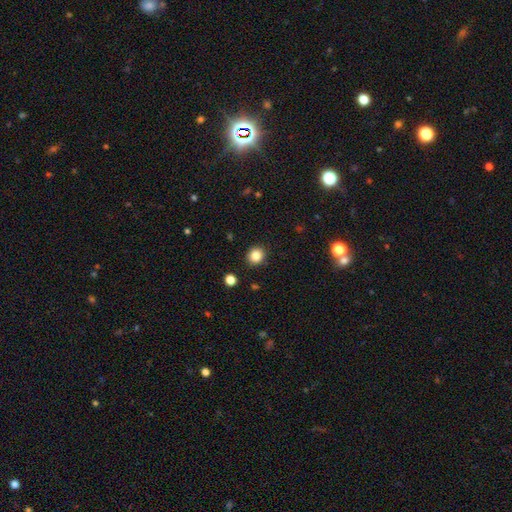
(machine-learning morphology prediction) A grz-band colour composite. It shows a smooth galaxy with no disk features (84%) that is round (87%). Merging: none (91%).